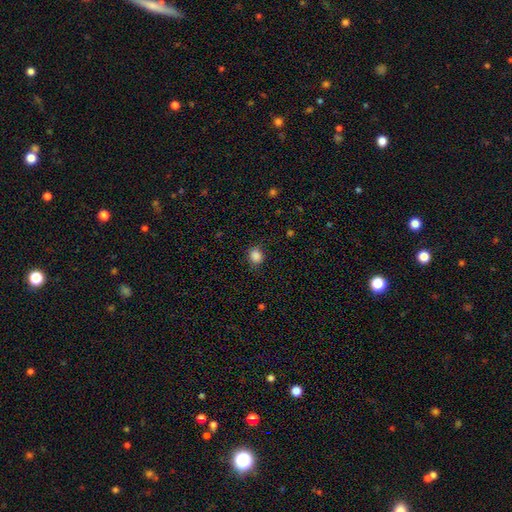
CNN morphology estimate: The model was most divided on "how rounded": round: 74%, in between: 25%, cigar-shaped: 1%. More confident: smooth or featured — smooth (86%); merging — none (80%).